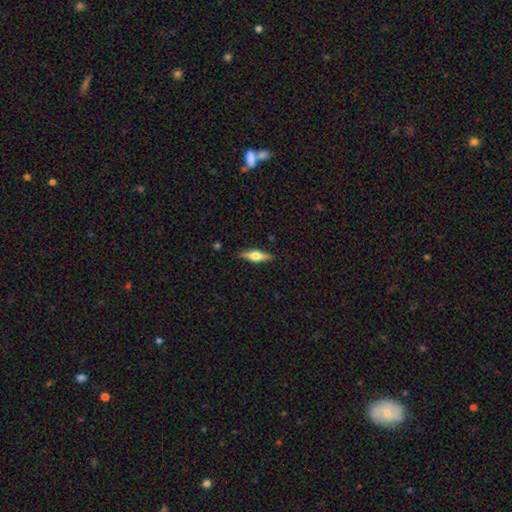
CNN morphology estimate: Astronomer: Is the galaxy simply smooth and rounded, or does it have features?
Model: featured or disk — 57% (runner-up: smooth, 37%).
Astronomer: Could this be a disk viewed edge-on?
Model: yes — 95%.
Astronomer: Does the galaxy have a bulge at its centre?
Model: rounded — 93%.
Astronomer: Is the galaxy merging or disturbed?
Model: none — 87%.